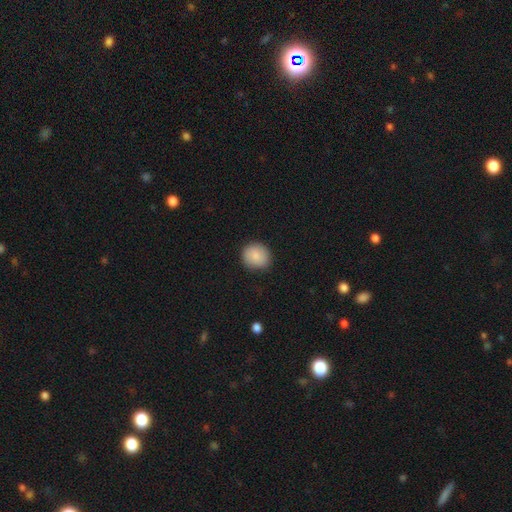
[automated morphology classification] This is clearly a smooth galaxy (85%). How rounded: clearly round (86%). Merging: clearly none (87%).